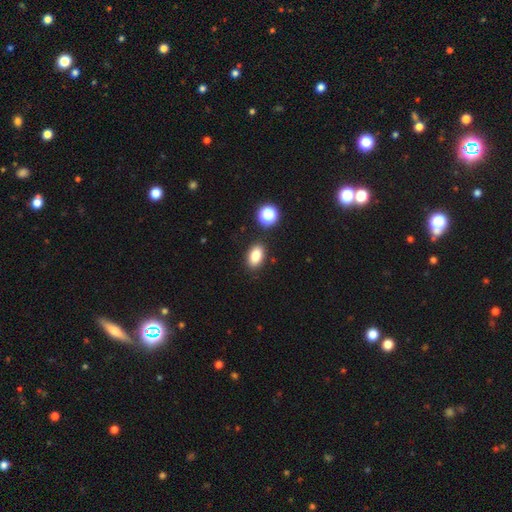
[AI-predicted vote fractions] Smooth or featured? smooth (84%)
How rounded? in between (88%)
Merging? none (85%)